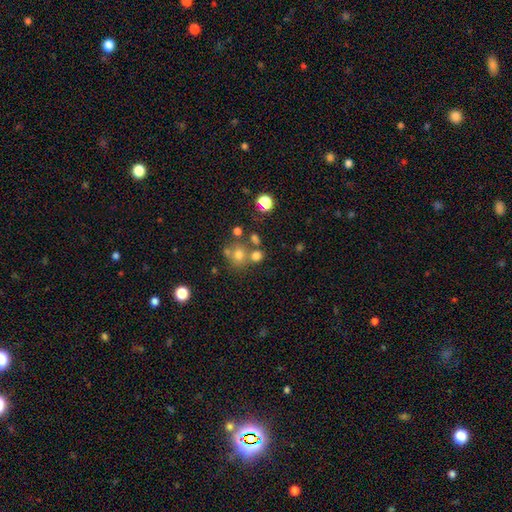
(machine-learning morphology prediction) A smooth galaxy with no disk features (69%) that is round (77%). Merging: none (56%).